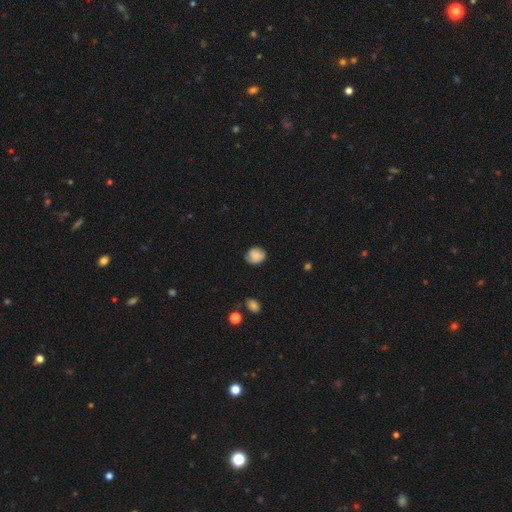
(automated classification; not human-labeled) smooth-or-featured: smooth: 83% | star or artifact: 9% | featured or disk: 8%
  how-rounded: round: 74% | in between: 25% | cigar-shaped: 1%
  merging: none: 74% | minor disturbance: 20% | major disturbance: 4% | merger: 1%